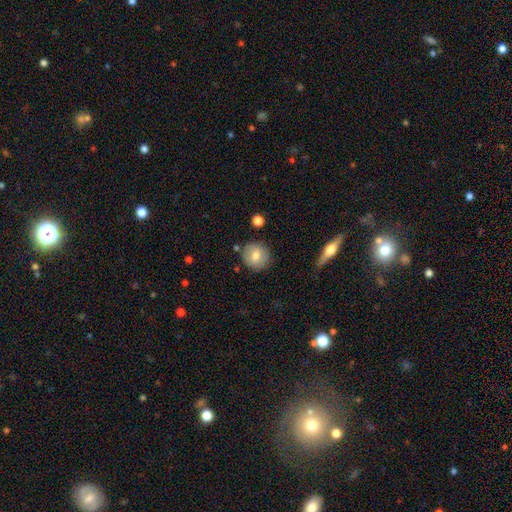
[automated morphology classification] Smooth or featured? smooth (76%)
How rounded? round (90%)
Merging? none (84%)